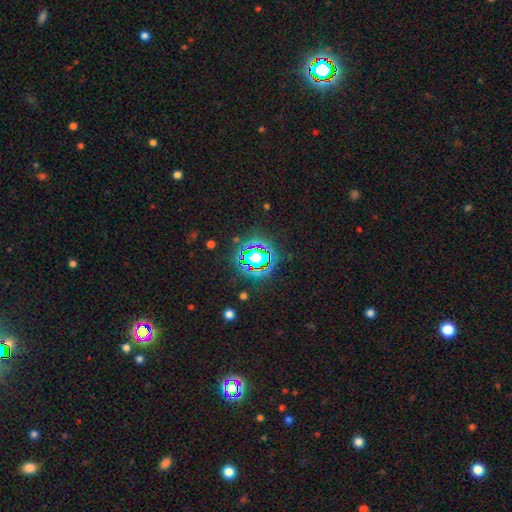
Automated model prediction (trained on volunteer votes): smooth-or-featured: star or artifact: 65% | smooth: 23% | featured or disk: 12%